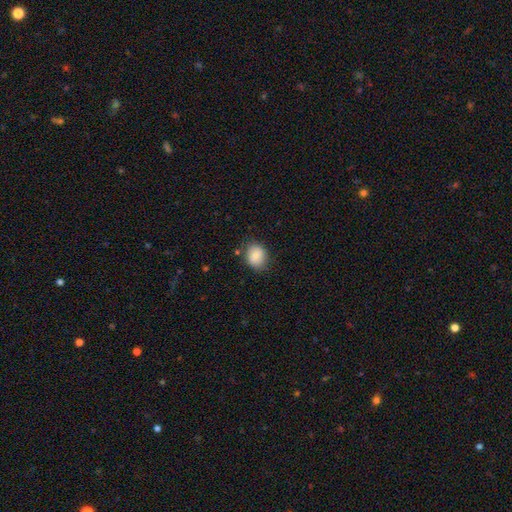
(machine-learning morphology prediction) Smooth or featured? smooth (84%)
How rounded? round (52%)
Merging? none (79%)